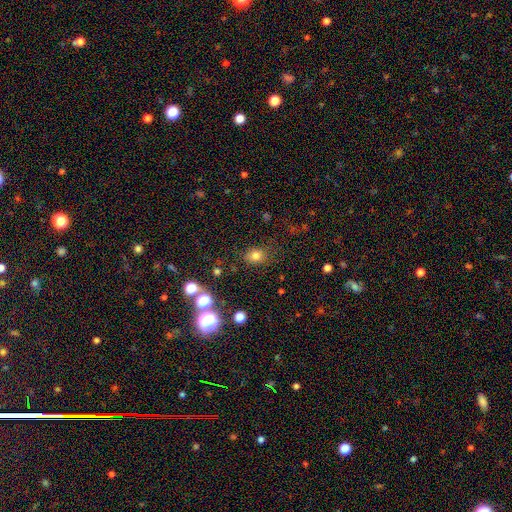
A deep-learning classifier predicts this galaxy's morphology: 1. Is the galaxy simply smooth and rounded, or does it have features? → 76% smooth, 17% star or artifact, 7% featured or disk.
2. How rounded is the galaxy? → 56% round, 43% in between, 1% cigar-shaped.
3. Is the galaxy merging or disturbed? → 78% none, 14% minor disturbance, 5% major disturbance, 2% merger.